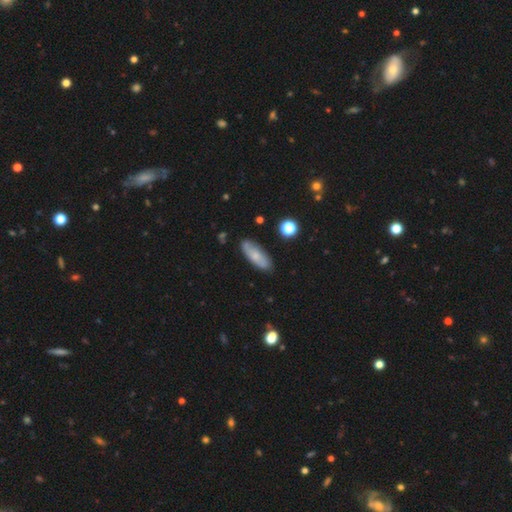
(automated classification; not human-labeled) Morphology: type=smooth (66%); roundness=in between (63%); merging=none (81%).